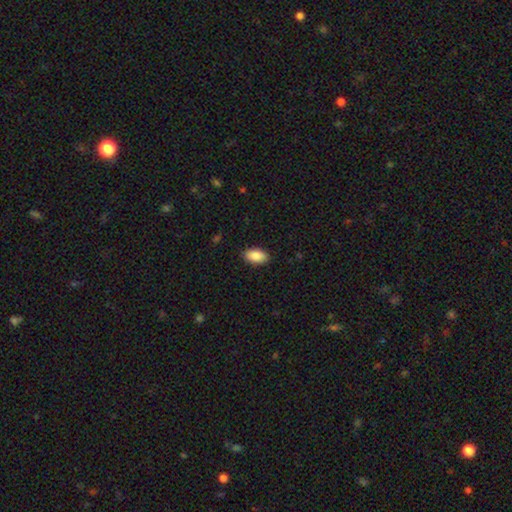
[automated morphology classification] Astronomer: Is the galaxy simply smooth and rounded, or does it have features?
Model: smooth — 88%.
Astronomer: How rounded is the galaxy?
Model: in between — 94%.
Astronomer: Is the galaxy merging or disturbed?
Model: none — 90%.